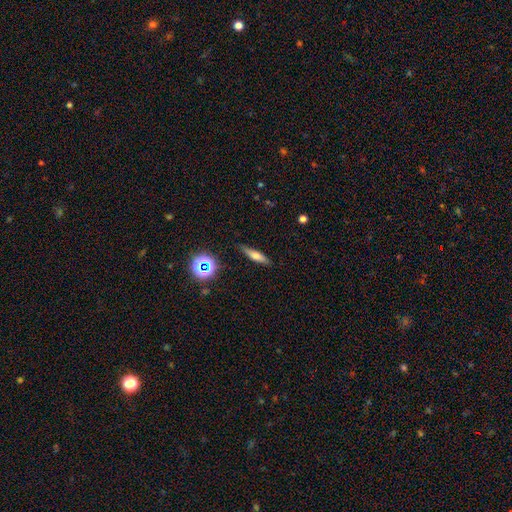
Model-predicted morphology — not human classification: smooth-or-featured: smooth: 58% | featured or disk: 29% | star or artifact: 13%
  how-rounded: cigar-shaped: 74% | in between: 21% | round: 4%
  merging: none: 83% | minor disturbance: 12% | major disturbance: 3% | merger: 2%